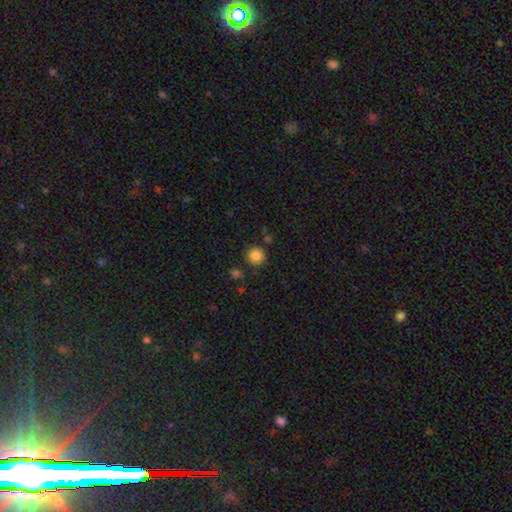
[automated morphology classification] Smooth or featured?
  - smooth: 85% *
  - star or artifact: 11%
  - featured or disk: 4%
How rounded?
  - round: 94% *
  - in between: 5%
  - cigar-shaped: 1%
Merging?
  - none: 86% *
  - minor disturbance: 8%
  - merger: 4%
  - major disturbance: 2%